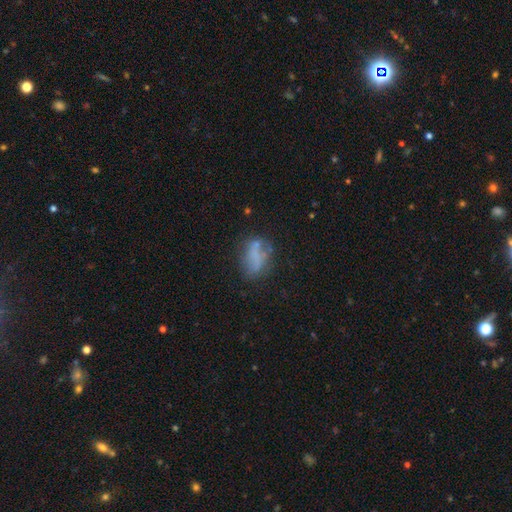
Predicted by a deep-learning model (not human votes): Overall: smooth (55%; featured or disk 32%). How rounded: in between (79%). Merging: none (48%; minor disturbance 25%).